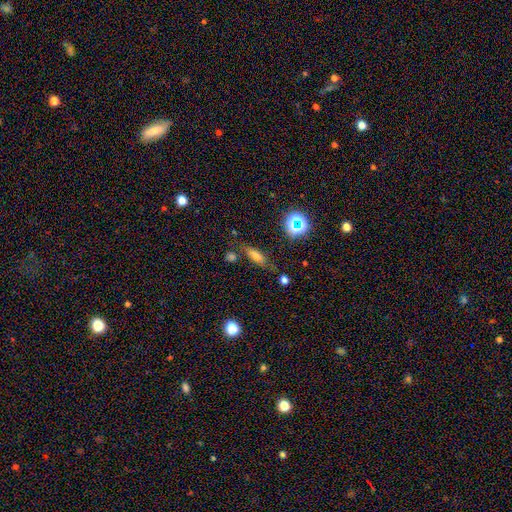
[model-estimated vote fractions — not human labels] smooth-or-featured: smooth: 66% | star or artifact: 17% | featured or disk: 17%
  how-rounded: in between: 53% | cigar-shaped: 39% | round: 7%
  merging: none: 70% | minor disturbance: 18% | major disturbance: 6% | merger: 6%